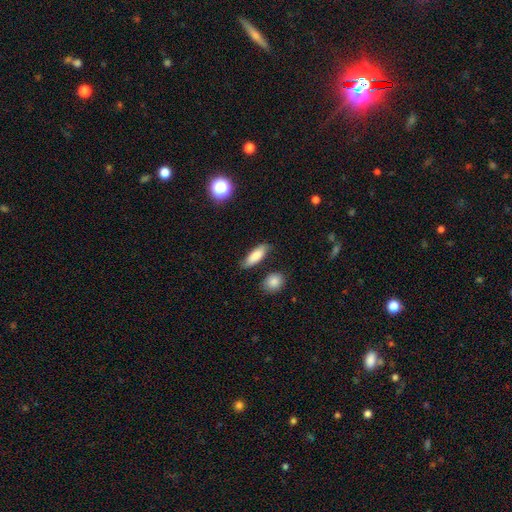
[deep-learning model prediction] This appears to be a smooth galaxy with no disk features (82%) that is in between round and cigar-shaped (64%). Merging: none (81%).